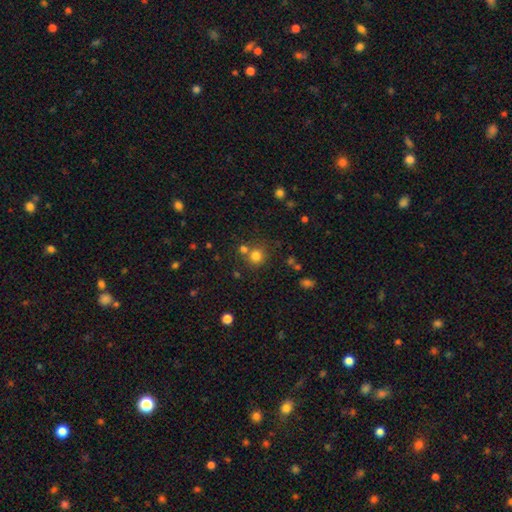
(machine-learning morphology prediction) A smooth galaxy with no disk features (78%) that is round (90%).

Vote fractions:
- Smooth or featured? smooth: 78% / star or artifact: 15% / featured or disk: 7%
- How rounded? round: 90% / in between: 9% / cigar-shaped: 1%
- Merging? none: 67% / merger: 22% / minor disturbance: 8% / major disturbance: 4%